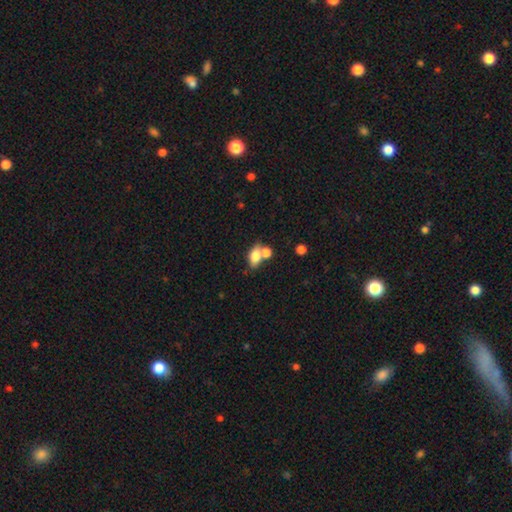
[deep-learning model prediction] A smooth galaxy with no disk features (75%) that is in between round and cigar-shaped (80%).

Vote fractions:
- Smooth or featured? smooth: 75% / featured or disk: 15% / star or artifact: 10%
- How rounded? in between: 80% / round: 16% / cigar-shaped: 4%
- Merging? none: 44% / merger: 39% / minor disturbance: 12% / major disturbance: 5%